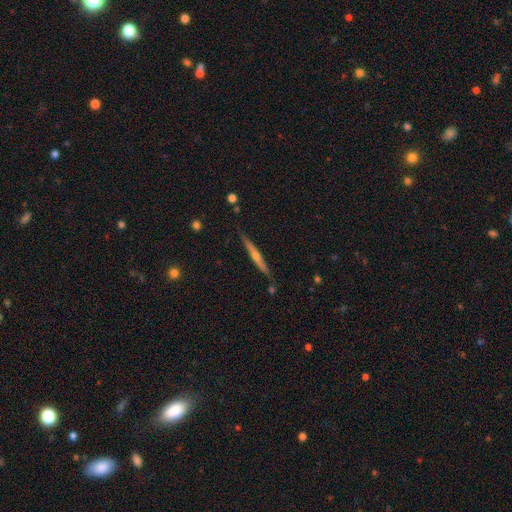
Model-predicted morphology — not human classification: Overall: featured or disk (73%). Edge-on disk: yes (98%). Edge-on bulge: rounded (80%). Merging: none (89%).